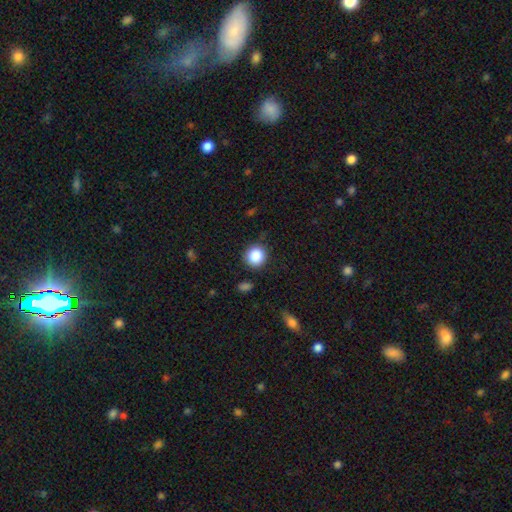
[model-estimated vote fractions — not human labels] Smooth or featured?
  - smooth: 87% *
  - star or artifact: 9%
  - featured or disk: 4%
How rounded?
  - round: 92% *
  - in between: 7%
  - cigar-shaped: 1%
Merging?
  - none: 86% *
  - minor disturbance: 9%
  - major disturbance: 3%
  - merger: 2%